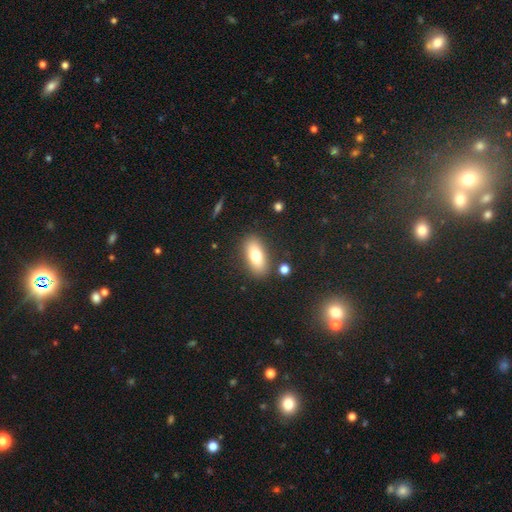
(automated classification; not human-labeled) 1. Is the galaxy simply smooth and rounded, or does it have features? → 75% smooth, 18% featured or disk, 8% star or artifact.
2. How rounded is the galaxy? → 84% in between, 13% cigar-shaped, 4% round.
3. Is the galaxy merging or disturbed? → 84% none, 10% minor disturbance, 3% merger, 3% major disturbance.